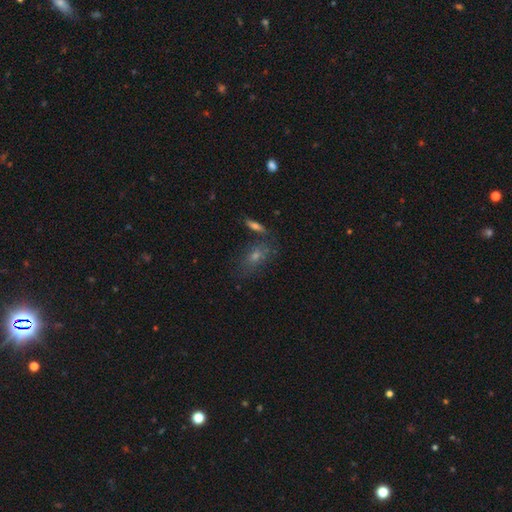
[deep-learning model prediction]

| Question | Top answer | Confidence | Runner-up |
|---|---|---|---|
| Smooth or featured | smooth | 53% | featured or disk (27%) |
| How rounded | in between | 74% | round (14%) |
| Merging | none | 67% | minor disturbance (14%) |